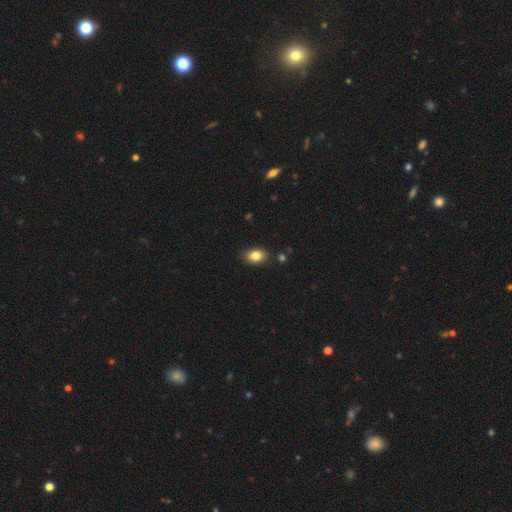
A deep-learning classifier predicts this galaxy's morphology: smooth-or-featured: smooth: 83% | star or artifact: 9% | featured or disk: 8%
  how-rounded: in between: 83% | round: 16% | cigar-shaped: 1%
  merging: none: 86% | minor disturbance: 10% | major disturbance: 2% | merger: 2%